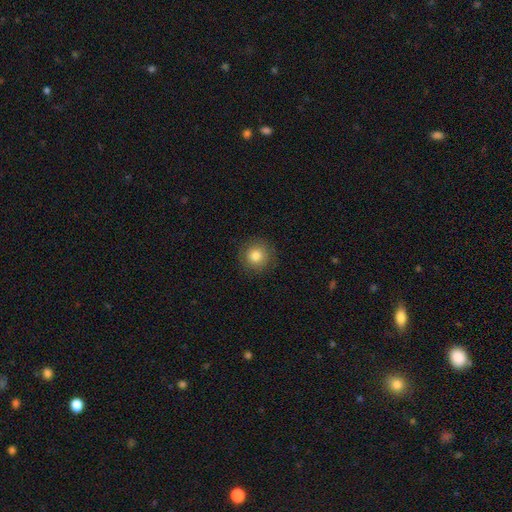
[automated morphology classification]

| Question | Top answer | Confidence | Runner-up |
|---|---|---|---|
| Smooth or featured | smooth | 82% | star or artifact (9%) |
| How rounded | round | 94% | in between (5%) |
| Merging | none | 88% | minor disturbance (8%) |